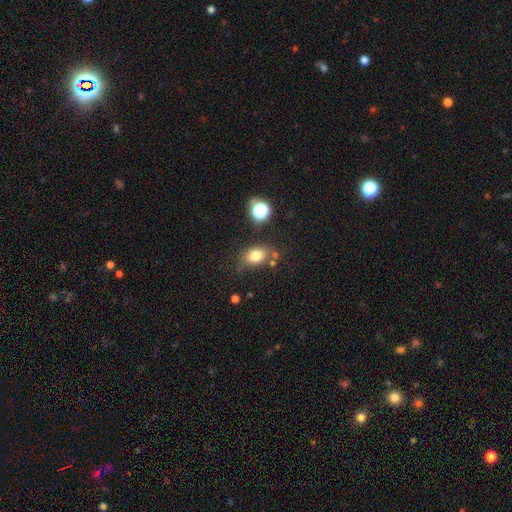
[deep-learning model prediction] smooth 77%, star or artifact 12%, featured or disk 10%. Down the decision tree: how rounded — in between (75%); merging — none (69%).